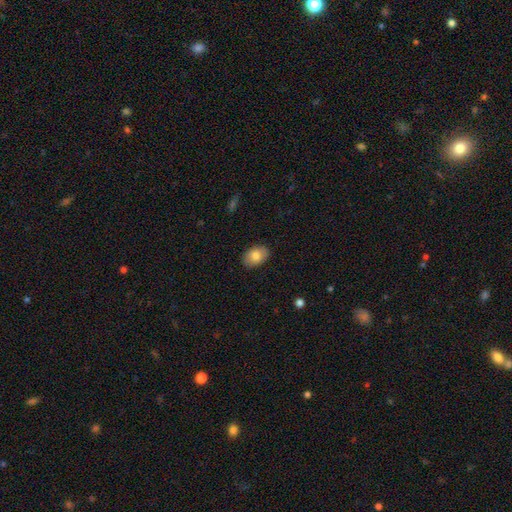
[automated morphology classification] This is likely a smooth galaxy (80%). How rounded: clearly in between (85%). Merging: clearly none (87%).